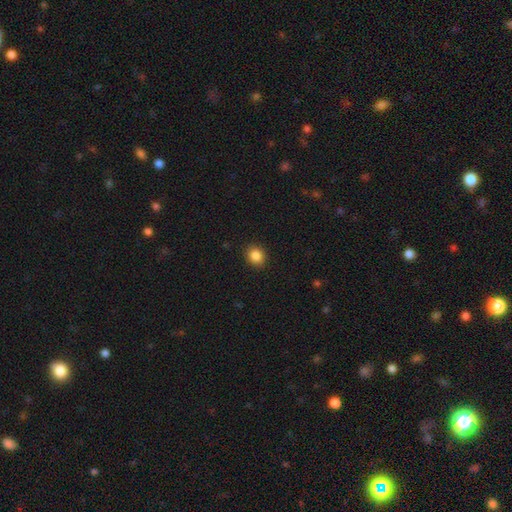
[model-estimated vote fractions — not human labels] A smooth galaxy with no disk features (86%) that is round (71%).

Vote fractions:
- Smooth or featured? smooth: 86% / star or artifact: 10% / featured or disk: 4%
- How rounded? round: 71% / in between: 28% / cigar-shaped: 1%
- Merging? none: 91% / minor disturbance: 6% / major disturbance: 2% / merger: 1%